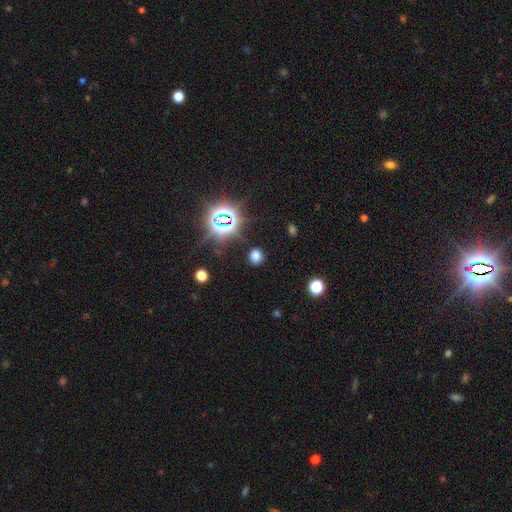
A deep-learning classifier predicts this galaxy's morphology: Smooth or featured: smooth — 63% (star or artifact — 30%)
How rounded: round — 71% (in between — 28%)
Merging: none — 85% (minor disturbance — 9%)